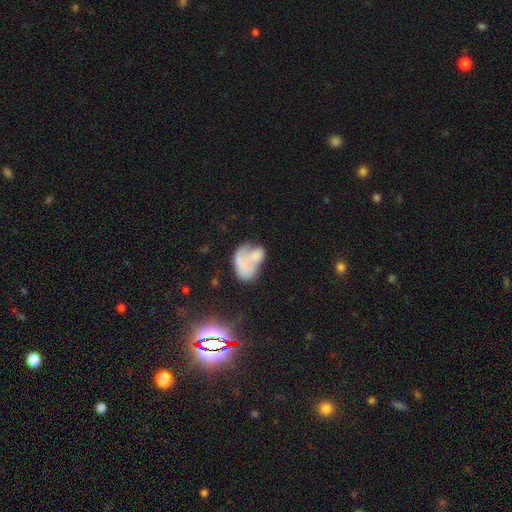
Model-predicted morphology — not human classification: This is possibly a smooth galaxy (56%). How rounded: clearly in between (83%). Merging: marginally merger (40%).